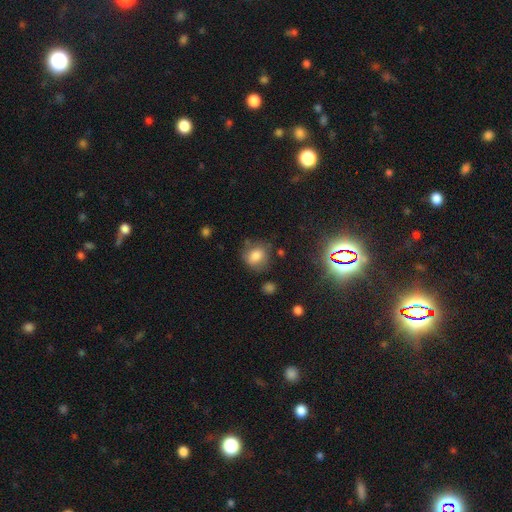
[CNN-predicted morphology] Smooth or featured? Predicted: smooth (p=0.75). How rounded? Predicted: round (p=0.63). Merging? Predicted: none (p=0.61).